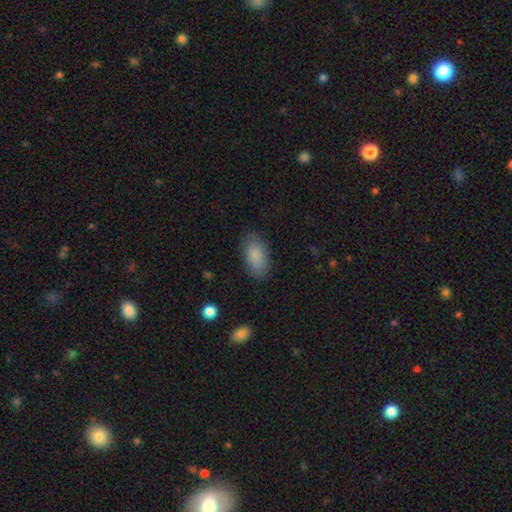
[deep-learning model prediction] Smooth or featured?
  - smooth: 87% *
  - featured or disk: 7%
  - star or artifact: 7%
How rounded?
  - in between: 94% *
  - round: 3%
  - cigar-shaped: 3%
Merging?
  - none: 84% *
  - minor disturbance: 12%
  - major disturbance: 3%
  - merger: 1%